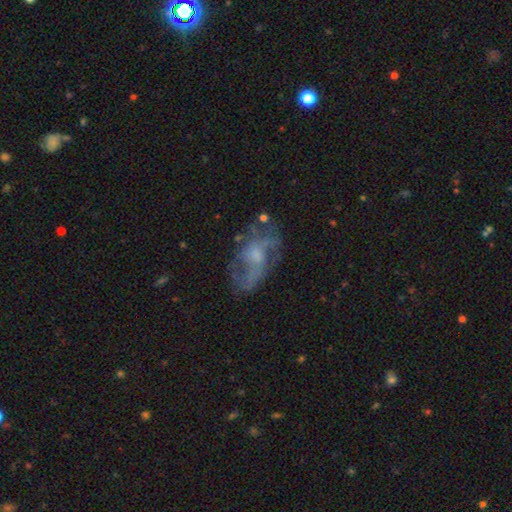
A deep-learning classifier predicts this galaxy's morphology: Overall: featured or disk (67%). Edge-on disk: no (94%). Bar: no (67%). Spiral arms: yes (61%; no 39%). Bulge size: moderate (38%; small 36%). Merging: none (56%; minor disturbance 21%).